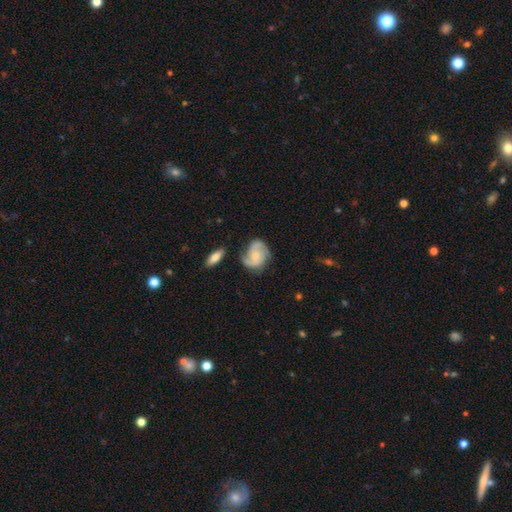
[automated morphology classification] type=featured or disk (71%); edge-on=no (97%); bar=no (68%); spiral arms=yes (94%); winding=medium (47%); arm count=2 (71%); bulge=small (58%); merging=none (62%).